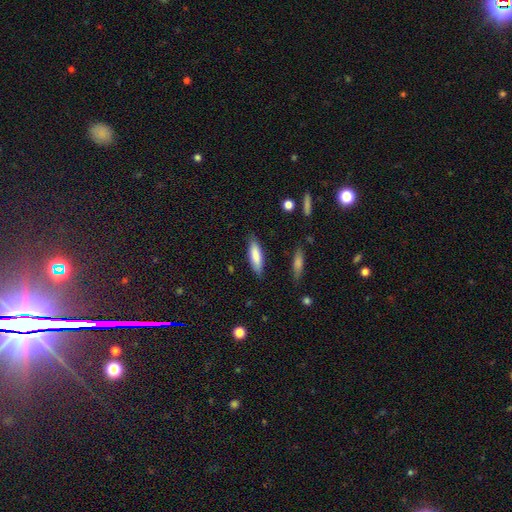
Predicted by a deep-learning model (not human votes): Smooth or featured? Predicted: smooth (p=0.82). How rounded? Predicted: cigar-shaped (p=0.56). Merging? Predicted: none (p=0.85).